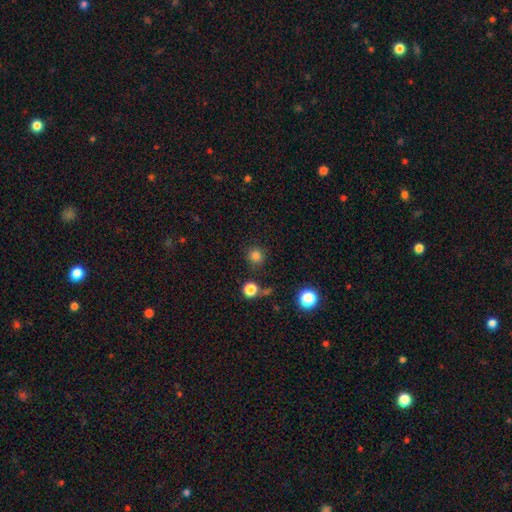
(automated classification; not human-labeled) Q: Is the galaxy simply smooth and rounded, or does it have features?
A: smooth — 81%.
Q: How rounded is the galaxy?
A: round — 92%.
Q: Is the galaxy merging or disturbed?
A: none — 84%.